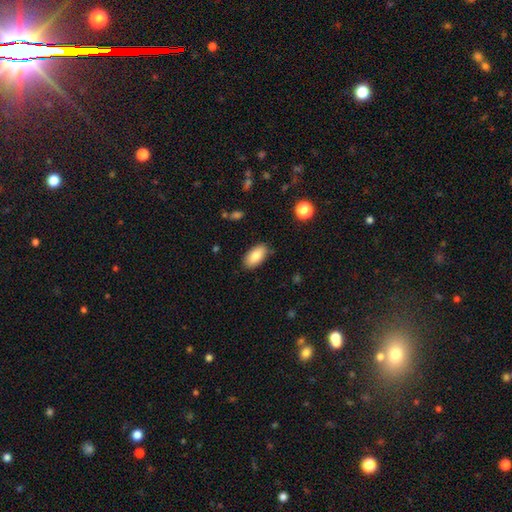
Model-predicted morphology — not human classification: type=smooth (83%); roundness=in between (93%); merging=none (86%).